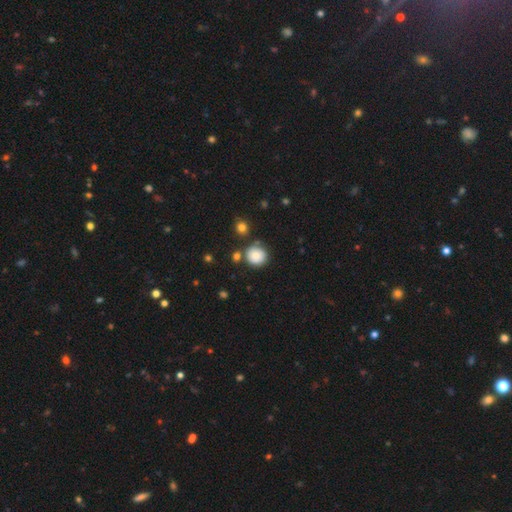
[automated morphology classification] smooth 82%, star or artifact 10%, featured or disk 9%. Down the decision tree: how rounded — round (89%); merging — none (76%).